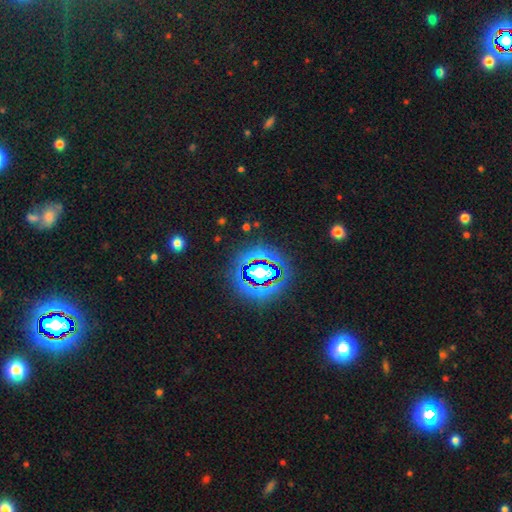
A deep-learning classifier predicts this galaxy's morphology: Overall: star or artifact (80%).